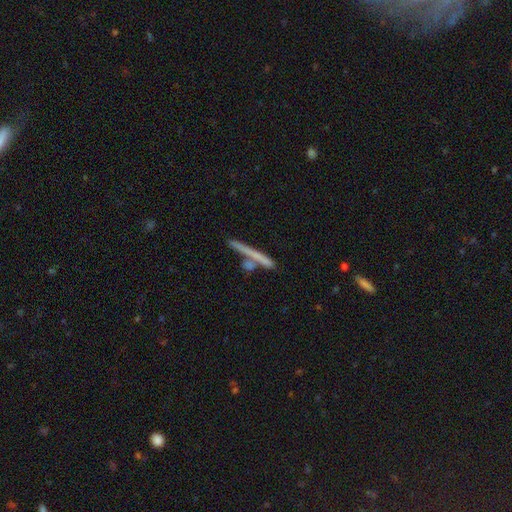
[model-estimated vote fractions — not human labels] smooth_or_featured: smooth (p=0.52) [alt: featured or disk p=0.39]
how_rounded: cigar-shaped (p=0.94) [alt: in between p=0.04]
merging: none (p=0.64) [alt: merger p=0.21]